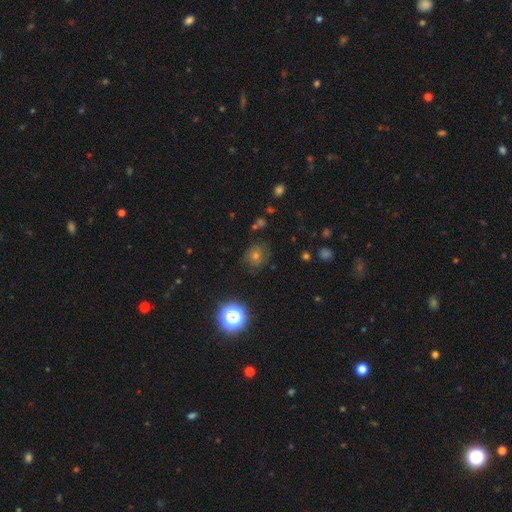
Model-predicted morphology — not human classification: Overall: smooth (52%; star or artifact 33%). How rounded: round (84%). Merging: none (79%).